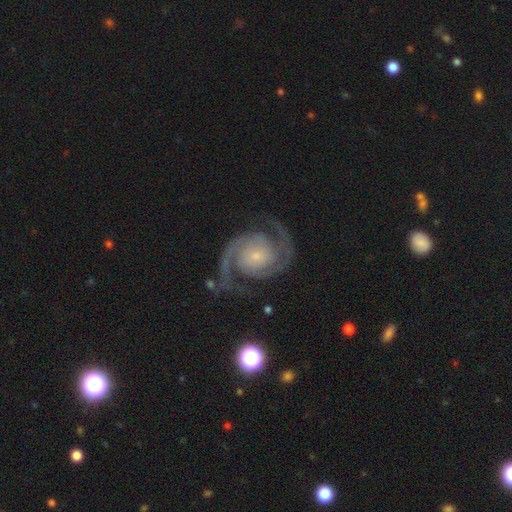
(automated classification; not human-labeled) Smooth or featured: featured or disk — 93% (star or artifact — 4%)
Edge-on disk: no — 98% (yes — 2%)
Bar: no — 68% (weak — 23%)
Spiral arms: yes — 99% (no — 1%)
Spiral winding: medium — 53% (tight — 37%)
Spiral arm count: 2 — 94% (3 — 2%)
Bulge size: small — 71% (moderate — 19%)
Merging: none — 80% (minor disturbance — 12%)